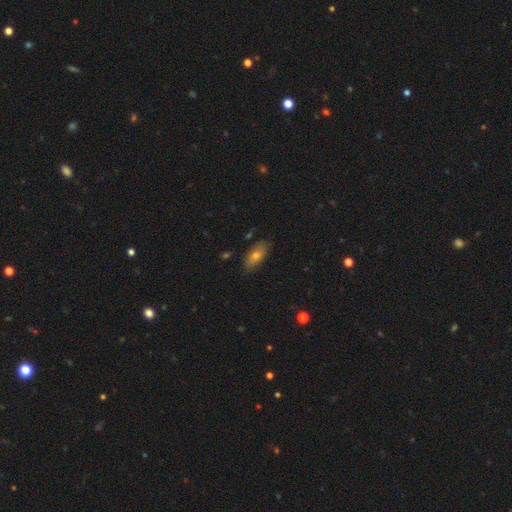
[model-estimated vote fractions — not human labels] smooth 63%, featured or disk 26%, star or artifact 11%. Down the decision tree: how rounded — in between (82%); merging — none (83%).